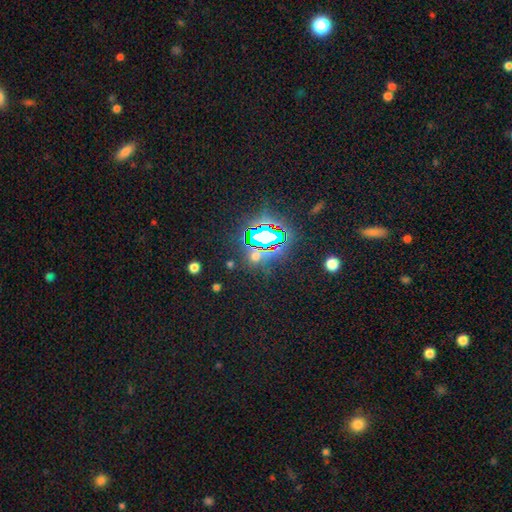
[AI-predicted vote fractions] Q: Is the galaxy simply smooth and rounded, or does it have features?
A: star or artifact — 67%.